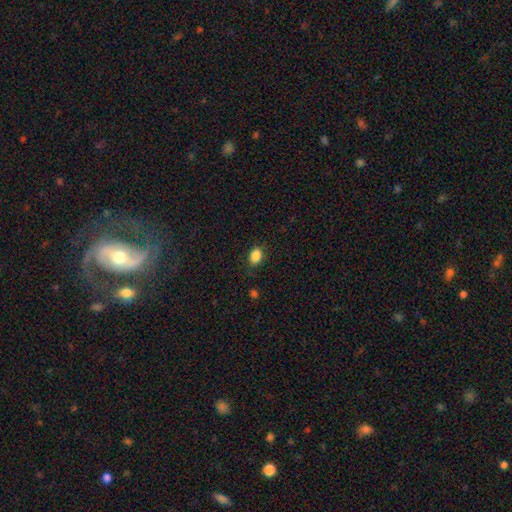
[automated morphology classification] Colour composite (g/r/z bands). It shows a smooth galaxy with no disk features (87%) that is in between round and cigar-shaped (78%). Merging: none (82%).